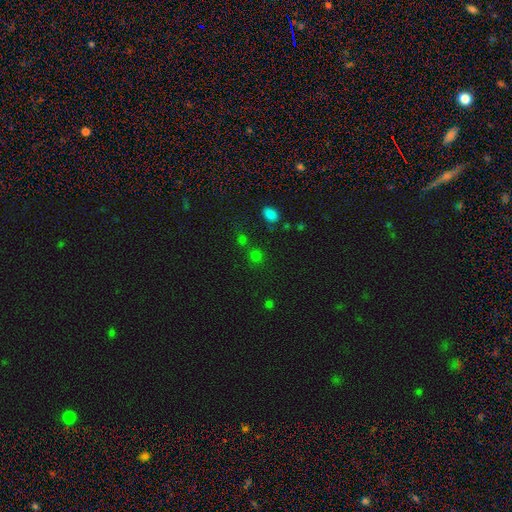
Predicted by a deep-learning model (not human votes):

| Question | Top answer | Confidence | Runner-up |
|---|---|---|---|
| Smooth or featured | smooth | 65% | star or artifact (29%) |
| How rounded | round | 85% | in between (14%) |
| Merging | none | 72% | merger (14%) |